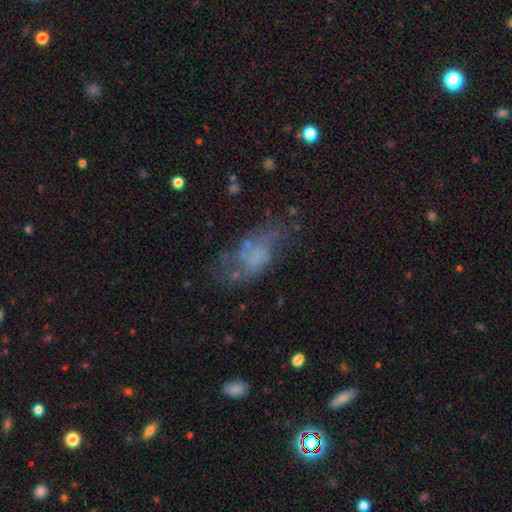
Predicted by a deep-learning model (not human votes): The model was most divided on "smooth or featured": featured or disk: 44%, smooth: 42%, star or artifact: 14%. Remaining: merging — none (42%).